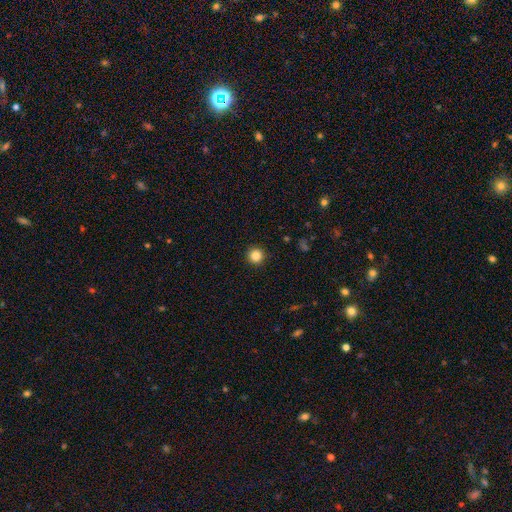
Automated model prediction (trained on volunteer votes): Smooth or featured? smooth (86%)
How rounded? round (96%)
Merging? none (93%)